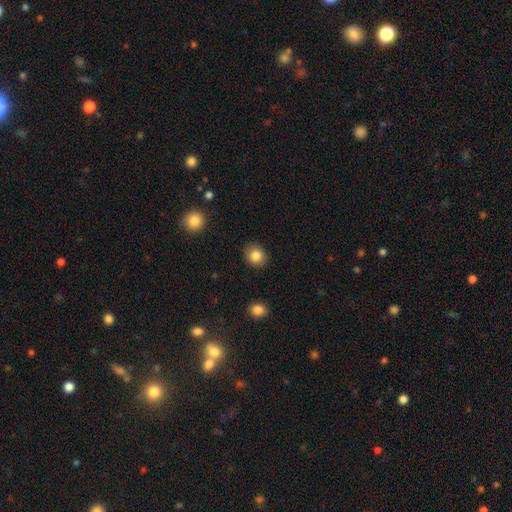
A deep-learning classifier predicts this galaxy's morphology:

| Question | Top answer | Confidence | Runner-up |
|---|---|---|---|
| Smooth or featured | smooth | 84% | star or artifact (10%) |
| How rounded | round | 68% | in between (31%) |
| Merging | none | 89% | minor disturbance (8%) |